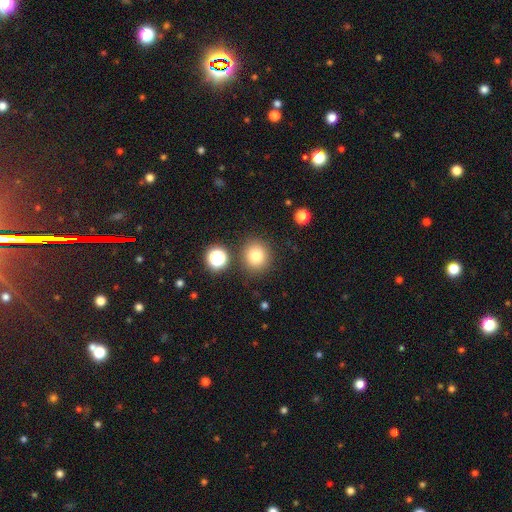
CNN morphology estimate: smooth 80%, star or artifact 13%, featured or disk 7%. Down the decision tree: how rounded — round (87%); merging — none (84%).